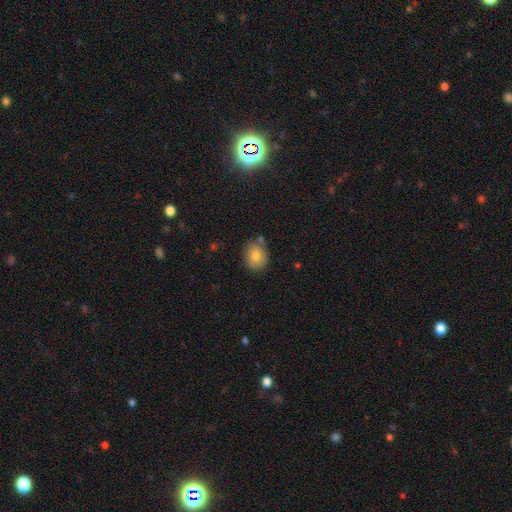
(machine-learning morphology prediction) A smooth galaxy with no disk features (77%) that is round (68%). Merging: none (76%).